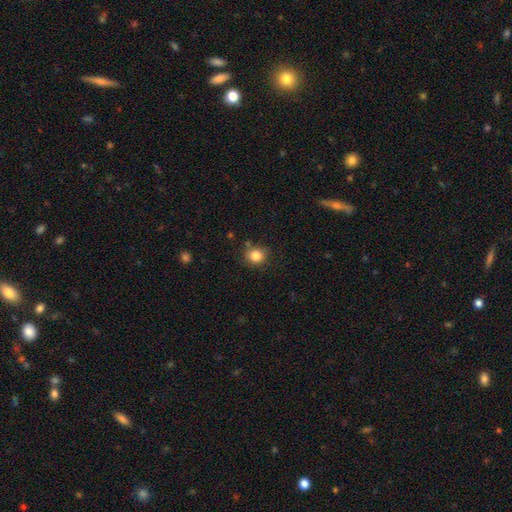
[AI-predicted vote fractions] Q: Smooth or featured?
A: smooth (84%); runner-up: star or artifact (11%)
Q: How rounded?
A: round (77%); runner-up: in between (22%)
Q: Merging?
A: none (77%); runner-up: minor disturbance (15%)